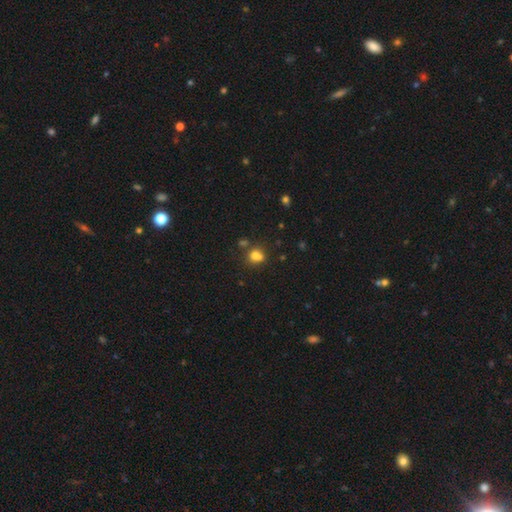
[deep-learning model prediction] Smooth or featured? Predicted: smooth (p=0.76). How rounded? Predicted: round (p=0.71). Merging? Predicted: none (p=0.49).